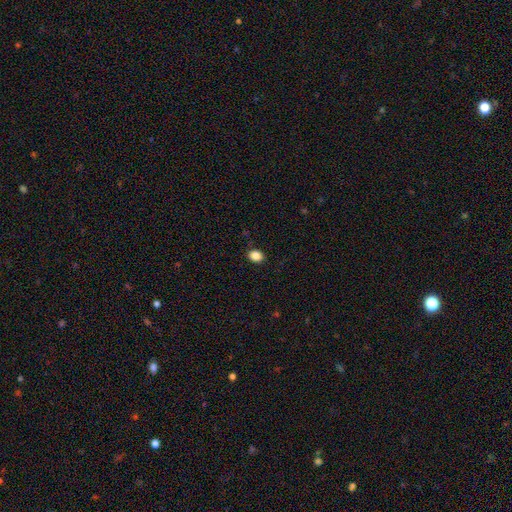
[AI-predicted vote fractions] A smooth galaxy with no disk features (86%) that is in between round and cigar-shaped (55%). Merging: none (88%).